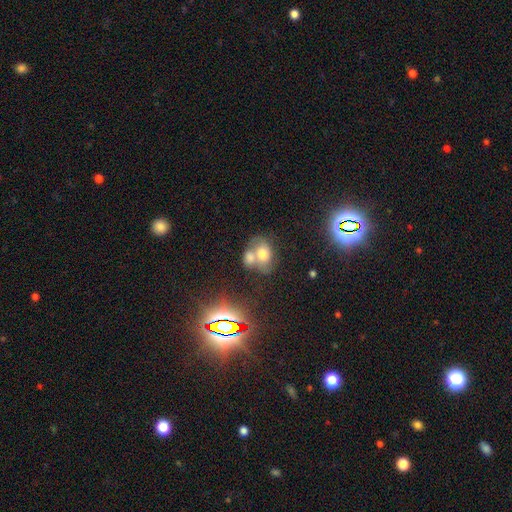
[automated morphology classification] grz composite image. It shows a smooth galaxy with no disk features (52%) that is in between round and cigar-shaped (70%). Merging: merger (62%).